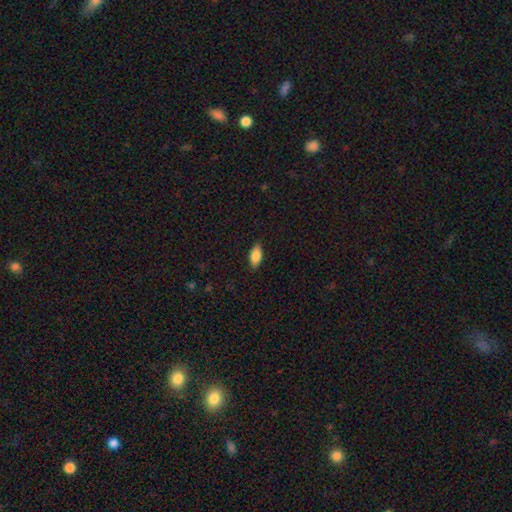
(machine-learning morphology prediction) This is clearly a smooth galaxy (85%). How rounded: clearly in between (89%). Merging: clearly none (86%).